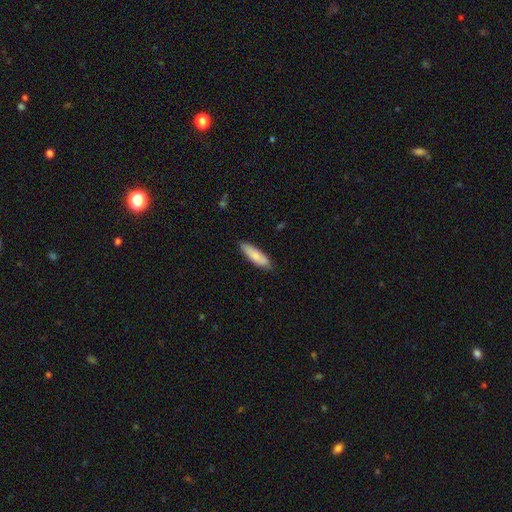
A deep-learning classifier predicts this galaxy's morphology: smooth-or-featured: smooth: 79% | featured or disk: 16% | star or artifact: 6%
  how-rounded: cigar-shaped: 52% | in between: 47% | round: 2%
  merging: none: 82% | minor disturbance: 15% | major disturbance: 2% | merger: 1%